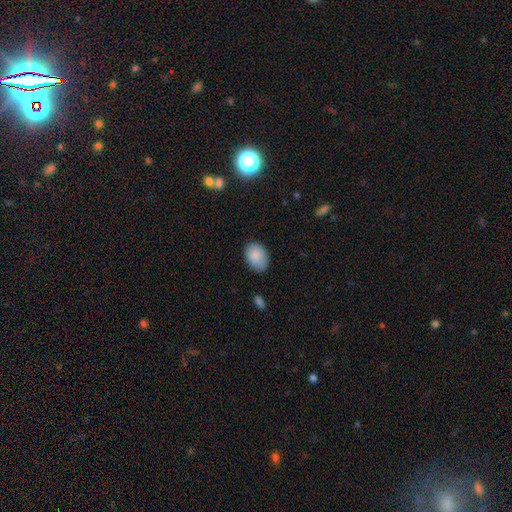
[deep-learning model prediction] Q: Smooth or featured?
A: smooth (88%); runner-up: star or artifact (7%)
Q: How rounded?
A: in between (81%); runner-up: round (18%)
Q: Merging?
A: none (78%); runner-up: minor disturbance (17%)